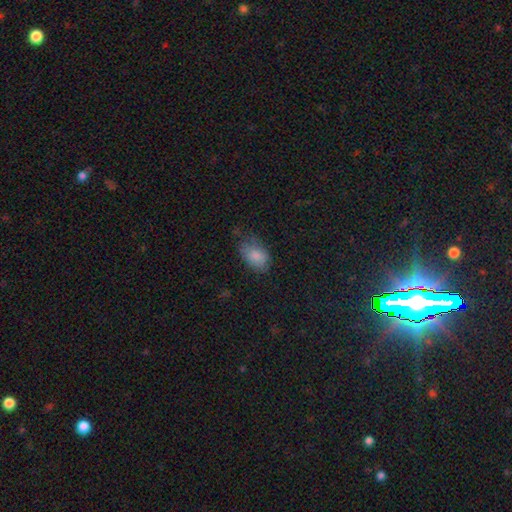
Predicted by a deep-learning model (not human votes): smooth-or-featured: smooth: 83% | featured or disk: 9% | star or artifact: 8%
  how-rounded: in between: 89% | round: 10% | cigar-shaped: 1%
  merging: none: 58% | minor disturbance: 31% | major disturbance: 10% | merger: 2%